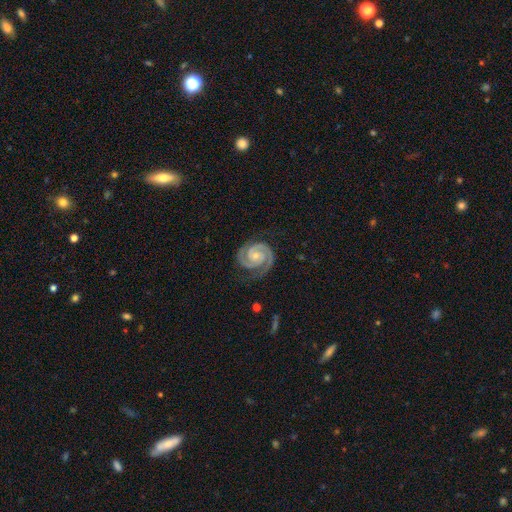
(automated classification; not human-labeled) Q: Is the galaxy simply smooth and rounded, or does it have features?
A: featured or disk — 93%.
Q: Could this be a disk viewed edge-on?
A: no — 98%.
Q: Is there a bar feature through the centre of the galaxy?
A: no — 67%.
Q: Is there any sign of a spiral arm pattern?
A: yes — 99%.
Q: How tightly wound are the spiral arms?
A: tight — 71%.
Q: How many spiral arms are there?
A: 2 — 93%.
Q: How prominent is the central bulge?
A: small — 62%.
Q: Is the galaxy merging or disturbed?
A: none — 81%.